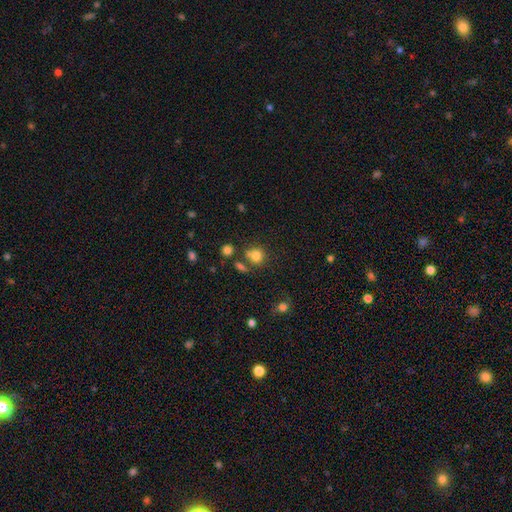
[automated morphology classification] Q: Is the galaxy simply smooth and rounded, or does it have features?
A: smooth — 78%.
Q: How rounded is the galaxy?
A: round — 84%.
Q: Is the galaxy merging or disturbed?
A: none — 64%.